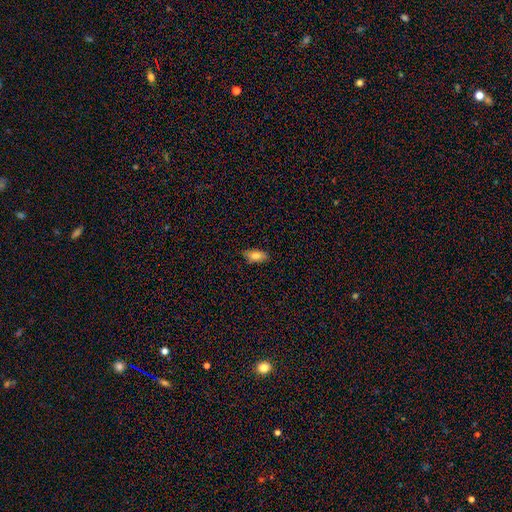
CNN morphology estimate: A smooth galaxy with no disk features (80%) that is in between round and cigar-shaped (89%). Merging: none (85%).